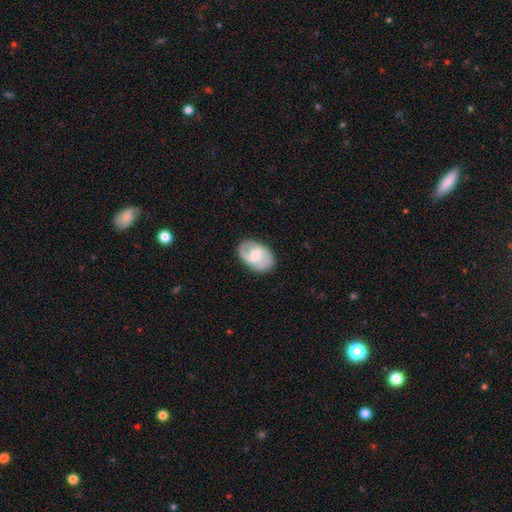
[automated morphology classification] Smooth or featured: featured or disk — 66% (smooth — 28%)
Edge-on disk: no — 97% (yes — 3%)
Bar: weak — 50% (no — 39%)
Spiral arms: yes — 90% (no — 10%)
Spiral winding: medium — 47% (loose — 30%)
Spiral arm count: 2 — 82% (can't tell — 8%)
Bulge size: moderate — 54% (small — 30%)
Merging: none — 81% (minor disturbance — 14%)